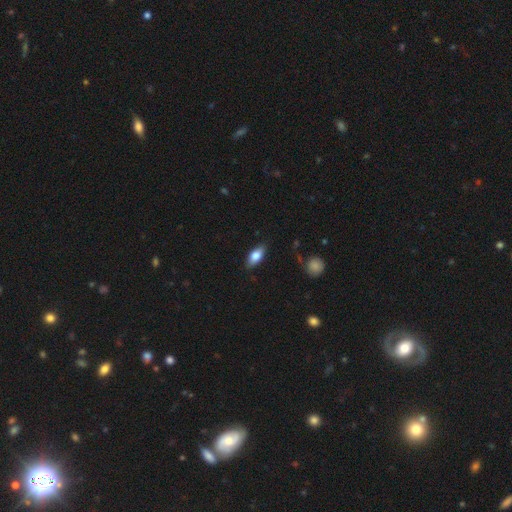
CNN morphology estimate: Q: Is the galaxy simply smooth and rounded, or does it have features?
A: smooth — 77%.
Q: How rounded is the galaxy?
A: in between — 84%.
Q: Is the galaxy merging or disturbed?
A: none — 83%.